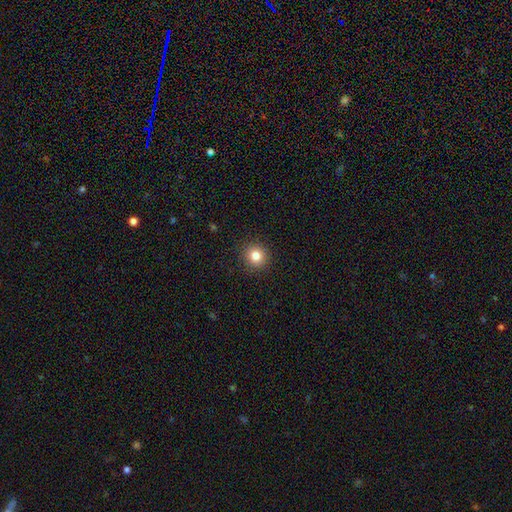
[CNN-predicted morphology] This appears to be a smooth galaxy with no disk features (82%) that is round (93%). Merging: none (92%).